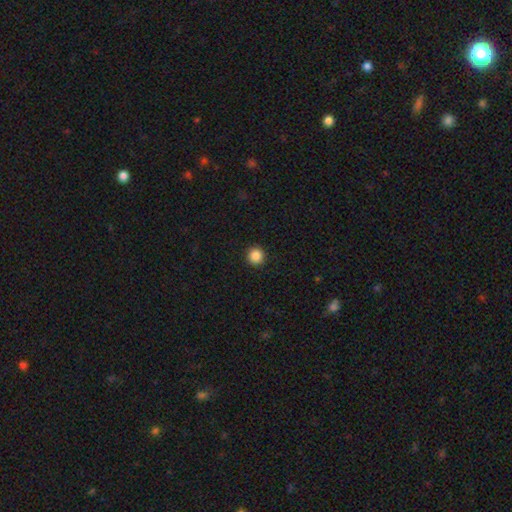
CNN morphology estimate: This appears to be a smooth galaxy with no disk features (87%) that is round (96%). Merging: none (93%).